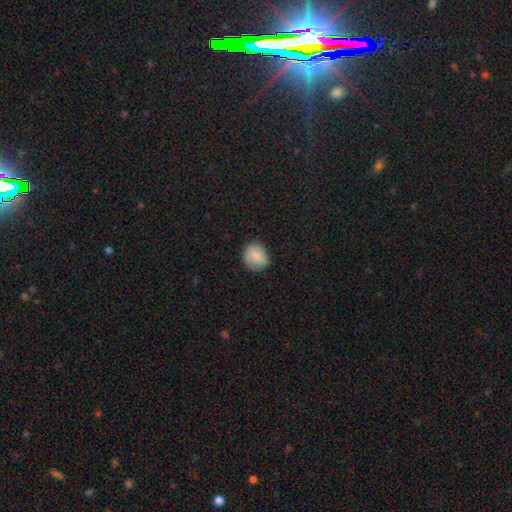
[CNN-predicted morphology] Q: Smooth or featured?
A: smooth (84%); runner-up: featured or disk (8%)
Q: How rounded?
A: round (81%); runner-up: in between (18%)
Q: Merging?
A: none (83%); runner-up: minor disturbance (13%)